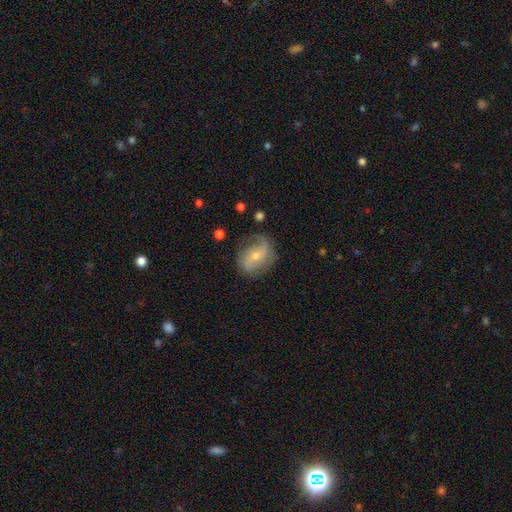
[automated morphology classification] smooth-or-featured: featured or disk: 73% | smooth: 19% | star or artifact: 8%
  disk-edge-on: no: 96% | yes: 4%
    bar: no: 56% | weak: 33% | strong: 11%
    has-spiral-arms: yes: 89% | no: 11%
      spiral-winding: medium: 41% | tight: 30% | loose: 30%
      spiral-arm-count: 2: 60% | can't tell: 16% | 1: 16% | 3: 5% | 4: 2% | more than 4: 2%
    bulge-size: small: 55% | moderate: 41% | large: 1% | none: 1% | dominant: 1%
  merging: none: 66% | minor disturbance: 21% | major disturbance: 11% | merger: 2%